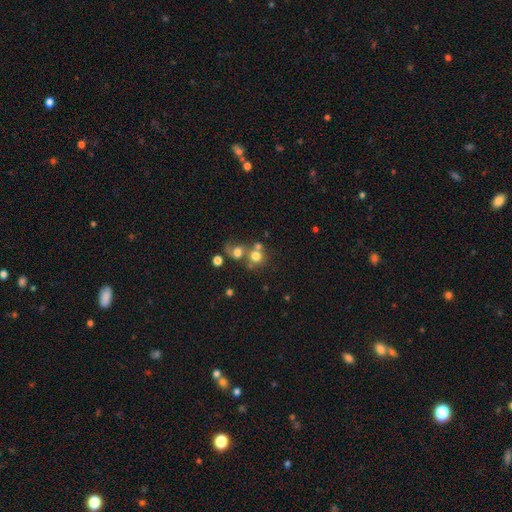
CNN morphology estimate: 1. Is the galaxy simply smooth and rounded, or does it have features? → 69% smooth, 16% featured or disk, 14% star or artifact.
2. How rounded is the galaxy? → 83% round, 16% in between, 1% cigar-shaped.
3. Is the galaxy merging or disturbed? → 46% merger, 39% none, 8% minor disturbance, 7% major disturbance.